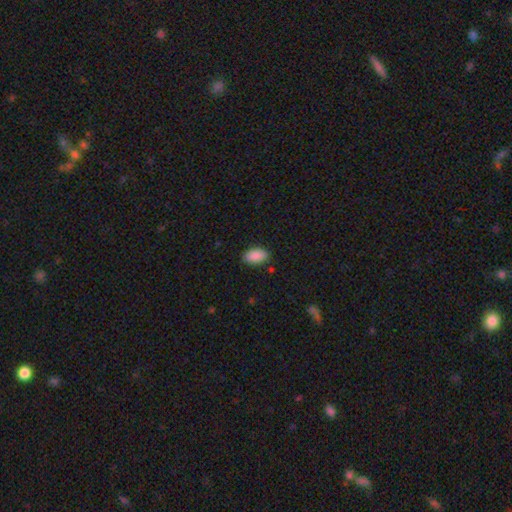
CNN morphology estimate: A smooth galaxy with no disk features (90%) that is in between round and cigar-shaped (94%).

Vote fractions:
- Smooth or featured? smooth: 90% / star or artifact: 7% / featured or disk: 3%
- How rounded? in between: 94% / round: 4% / cigar-shaped: 3%
- Merging? none: 86% / minor disturbance: 10% / major disturbance: 2% / merger: 1%